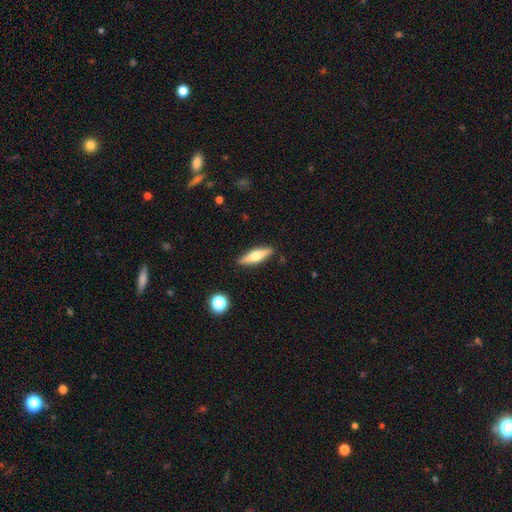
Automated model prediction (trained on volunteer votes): Overall: featured or disk (54%; smooth 40%). Edge-on disk: yes (94%). Edge-on bulge: rounded (92%). Merging: none (88%).